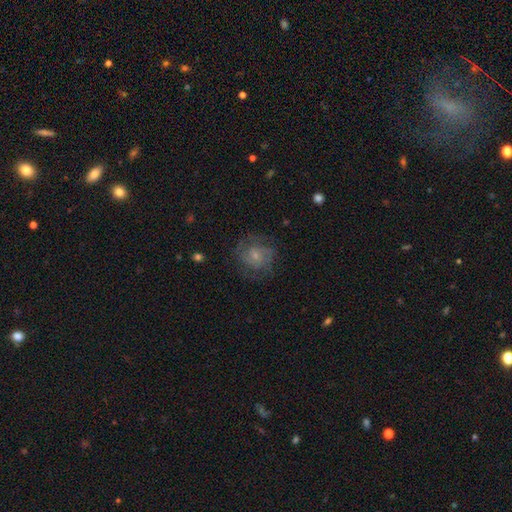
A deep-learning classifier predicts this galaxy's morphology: The model was most divided on "smooth or featured": smooth: 47%, featured or disk: 44%, star or artifact: 10%. More confident: merging — none (64%).